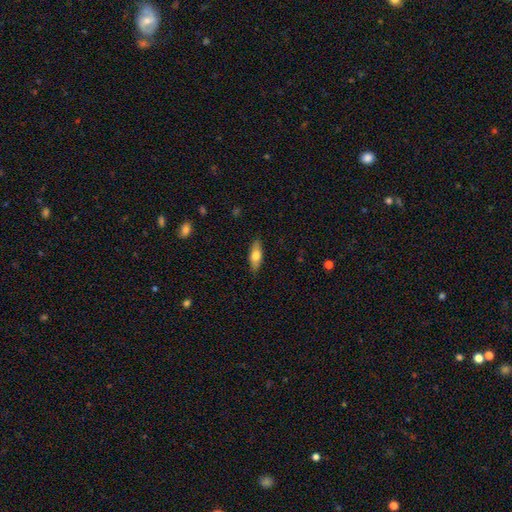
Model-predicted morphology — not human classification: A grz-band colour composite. It shows a smooth galaxy with no disk features (66%) that is in between round and cigar-shaped (62%). Merging: none (86%).